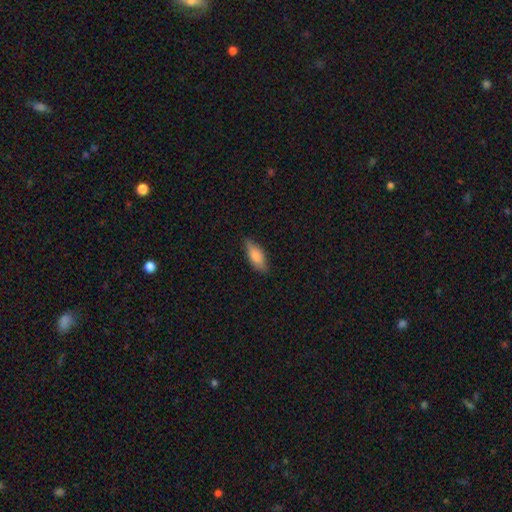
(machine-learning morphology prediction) Q: Smooth or featured?
A: smooth (72%); runner-up: featured or disk (22%)
Q: How rounded?
A: in between (71%); runner-up: cigar-shaped (27%)
Q: Merging?
A: none (82%); runner-up: minor disturbance (14%)